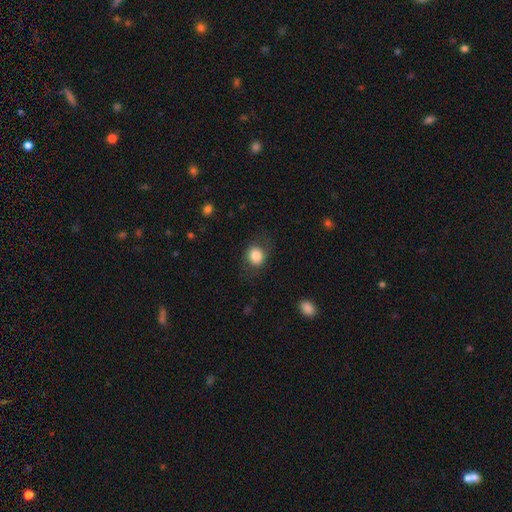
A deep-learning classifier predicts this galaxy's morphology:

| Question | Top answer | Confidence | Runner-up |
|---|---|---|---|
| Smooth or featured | smooth | 84% | star or artifact (8%) |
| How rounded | round | 67% | in between (32%) |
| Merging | none | 75% | minor disturbance (16%) |